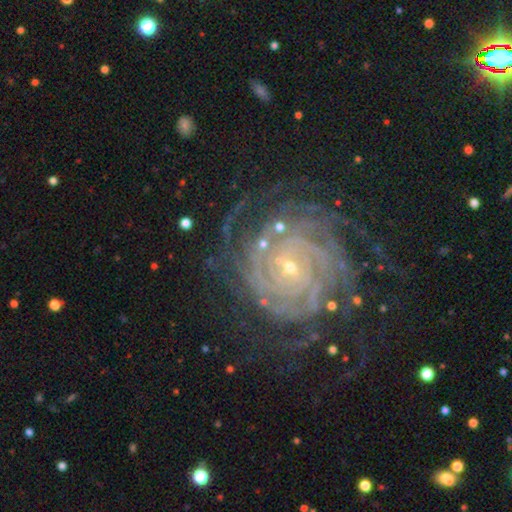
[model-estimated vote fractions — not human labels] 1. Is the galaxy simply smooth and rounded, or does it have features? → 88% featured or disk, 7% star or artifact, 4% smooth.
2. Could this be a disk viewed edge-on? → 98% no, 2% yes.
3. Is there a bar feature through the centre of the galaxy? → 64% no, 25% weak, 11% strong.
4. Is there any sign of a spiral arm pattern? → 98% yes, 2% no.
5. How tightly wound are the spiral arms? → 83% tight, 14% medium, 3% loose.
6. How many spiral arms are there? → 25% can't tell, 23% more than 4, 19% 4, 12% 3, 12% 2, 9% 1.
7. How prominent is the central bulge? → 82% small, 14% moderate, 2% none, 1% large, 1% dominant.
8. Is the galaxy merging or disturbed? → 74% none, 15% minor disturbance, 10% major disturbance, 2% merger.